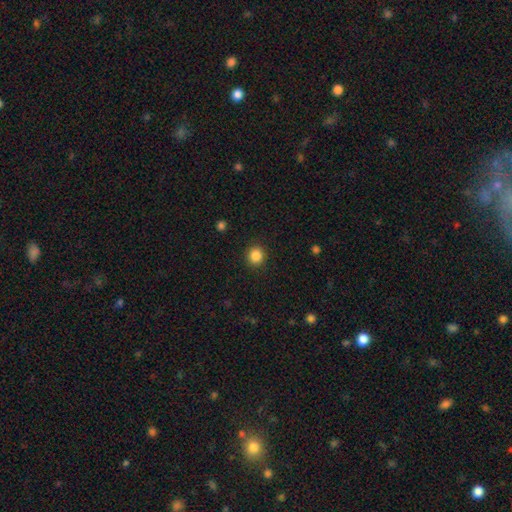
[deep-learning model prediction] Smooth or featured?
  - smooth: 86% *
  - star or artifact: 11%
  - featured or disk: 4%
How rounded?
  - round: 87% *
  - in between: 12%
  - cigar-shaped: 1%
Merging?
  - none: 91% *
  - minor disturbance: 6%
  - major disturbance: 2%
  - merger: 1%